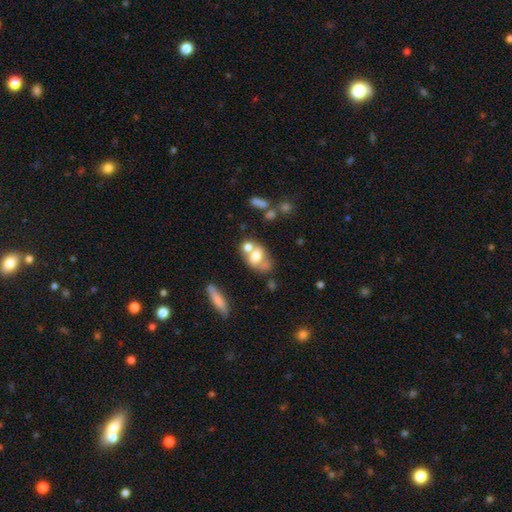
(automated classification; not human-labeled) A smooth galaxy with no disk features (60%) that is in between round and cigar-shaped (73%). Merging: merger (46%).